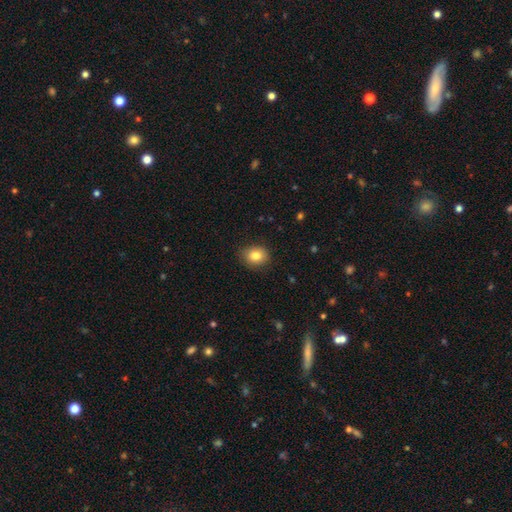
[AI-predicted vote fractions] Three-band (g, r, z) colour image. It shows a smooth galaxy with no disk features (83%) that is round (60%). Merging: none (86%).